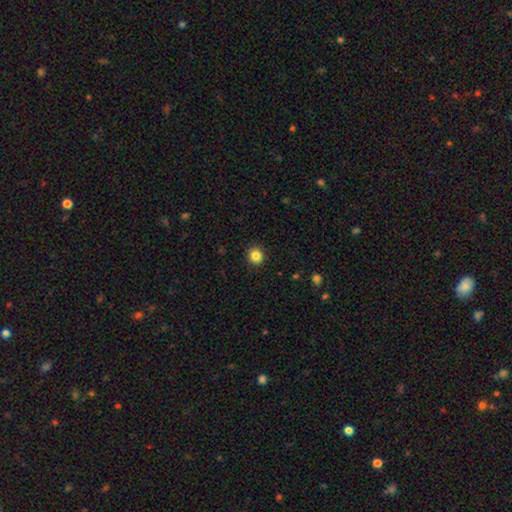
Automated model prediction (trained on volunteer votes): Morphology: type=smooth (85%); roundness=round (88%); merging=none (92%).